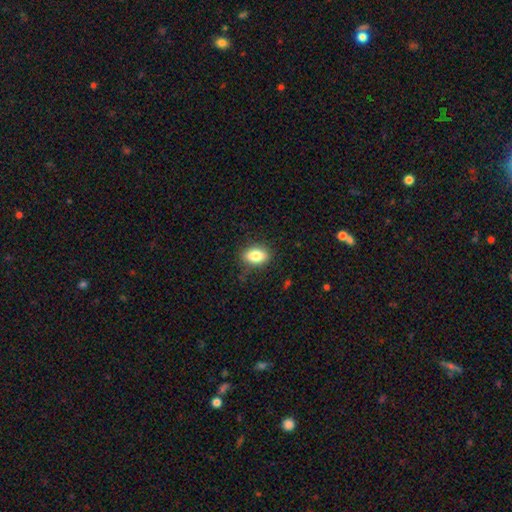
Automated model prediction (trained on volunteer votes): A smooth galaxy with no disk features (83%) that is in between round and cigar-shaped (85%).

Vote fractions:
- Smooth or featured? smooth: 83% / featured or disk: 8% / star or artifact: 8%
- How rounded? in between: 85% / round: 13% / cigar-shaped: 2%
- Merging? none: 83% / minor disturbance: 13% / major disturbance: 3% / merger: 1%